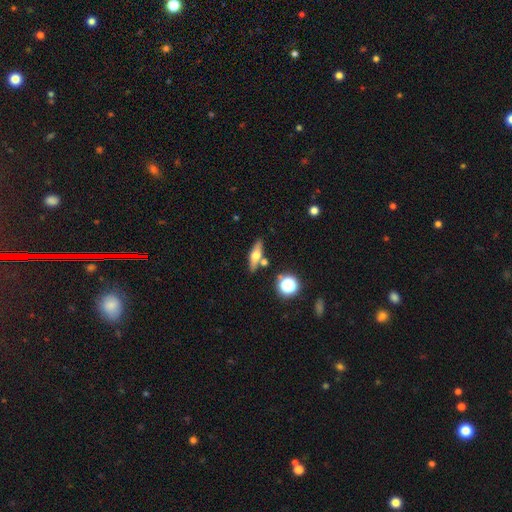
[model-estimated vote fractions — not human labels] Smooth or featured: featured or disk — 47% (smooth — 43%)
Merging: none — 77% (minor disturbance — 11%)